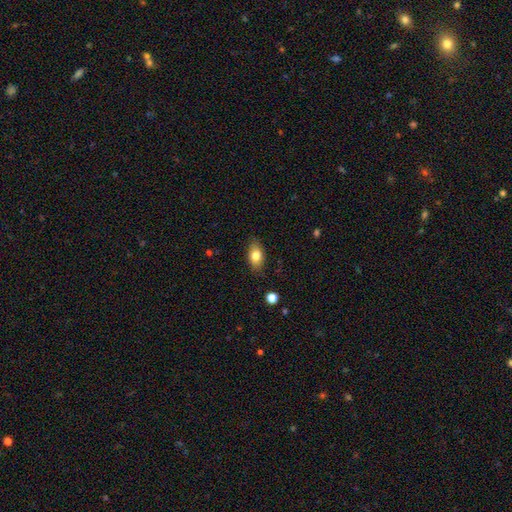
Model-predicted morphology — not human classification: This is likely a smooth galaxy (79%). How rounded: clearly in between (86%). Merging: clearly none (84%).